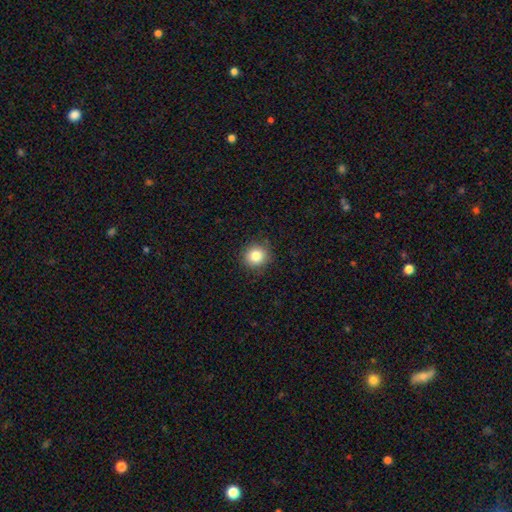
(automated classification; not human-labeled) smooth 83%, star or artifact 11%, featured or disk 6%. Down the decision tree: how rounded — round (90%); merging — none (89%).